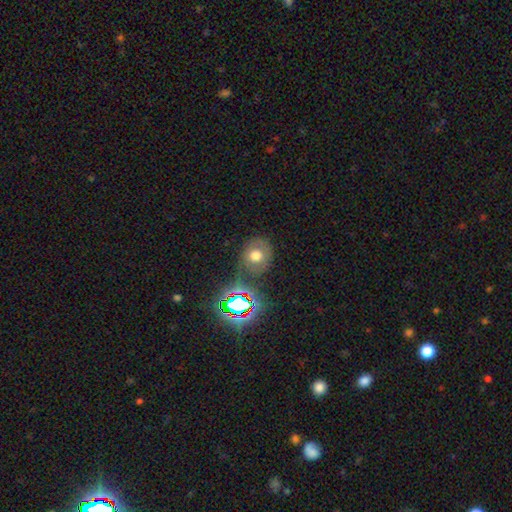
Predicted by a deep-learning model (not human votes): Smooth or featured?
  - smooth: 57% *
  - featured or disk: 24%
  - star or artifact: 19%
How rounded?
  - round: 70% *
  - in between: 29%
  - cigar-shaped: 1%
Merging?
  - none: 69% *
  - minor disturbance: 17%
  - major disturbance: 8%
  - merger: 6%